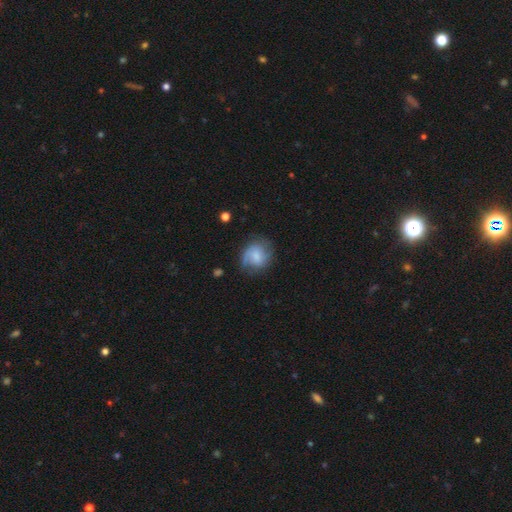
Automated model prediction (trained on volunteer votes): Q: Smooth or featured?
A: featured or disk (47%); runner-up: smooth (45%)
Q: Merging?
A: none (64%); runner-up: minor disturbance (23%)